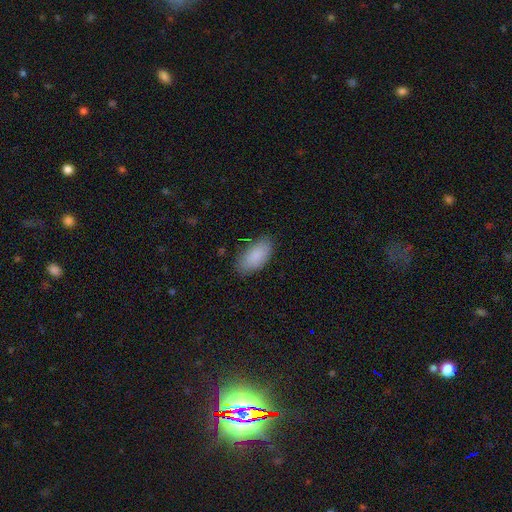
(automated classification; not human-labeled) smooth-or-featured: smooth: 88% | star or artifact: 6% | featured or disk: 6%
  how-rounded: in between: 93% | cigar-shaped: 5% | round: 2%
  merging: none: 82% | minor disturbance: 14% | major disturbance: 3% | merger: 1%